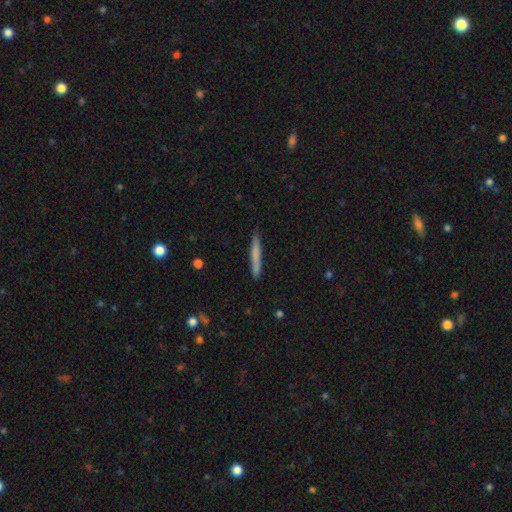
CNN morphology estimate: Overall: smooth (69%). How rounded: cigar-shaped (96%). Merging: none (88%).